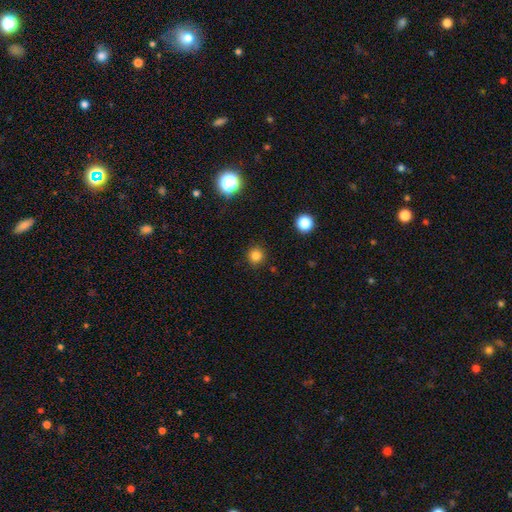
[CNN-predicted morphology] Smooth or featured: smooth — 81% (star or artifact — 15%)
How rounded: round — 93% (in between — 6%)
Merging: none — 90% (minor disturbance — 6%)